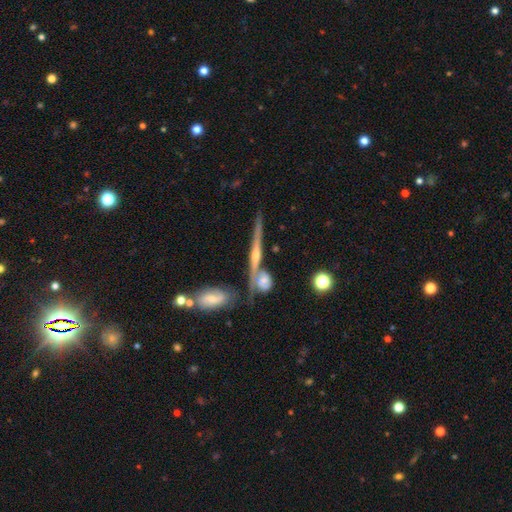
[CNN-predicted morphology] smooth-or-featured: featured or disk: 74% | smooth: 16% | star or artifact: 9%
  disk-edge-on: yes: 93% | no: 7%
    edge-on-bulge: rounded: 75% | none: 16% | boxy: 9%
  merging: none: 59% | merger: 23% | minor disturbance: 13% | major disturbance: 5%